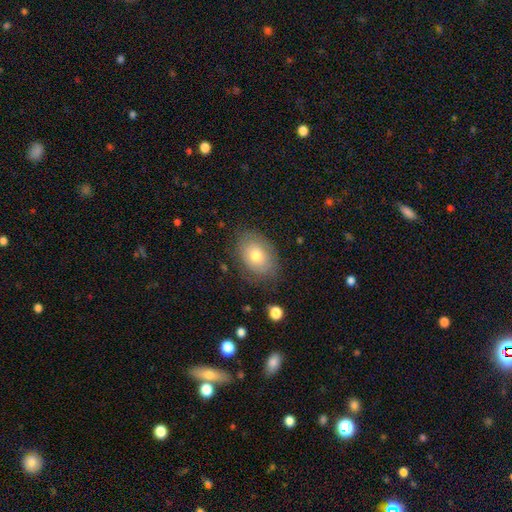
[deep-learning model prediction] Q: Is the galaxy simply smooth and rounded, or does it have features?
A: smooth — 69%.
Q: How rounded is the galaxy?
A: in between — 77%.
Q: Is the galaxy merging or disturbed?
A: none — 77%.